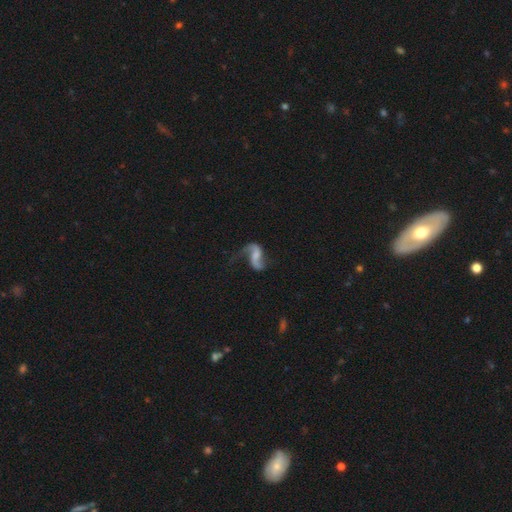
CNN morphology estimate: A featured or disk galaxy (84%) with no bar (41%, tied with weak), 2 (87%) loose (81%) spiral arms (94%) and no central bulge (36%).

Vote fractions:
- Smooth or featured? featured or disk: 84% / smooth: 10% / star or artifact: 6%
- Edge-on disk? no: 97% / yes: 3%
- Bar? no: 41% (tied) / weak: 41% (tied) / strong: 19%
- Spiral arms? yes: 94% / no: 6%
- Spiral winding? loose: 81% / medium: 15% / tight: 3%
- Spiral arm count? 2: 87% / 1: 8% / can't tell: 2% / 3: 1% / 4: 1% / more than 4: 1%
- Bulge size? none: 36% / small: 34% / moderate: 23% / large: 6% / dominant: 2%
- Merging? none: 56% / major disturbance: 22% / minor disturbance: 18% / merger: 4%